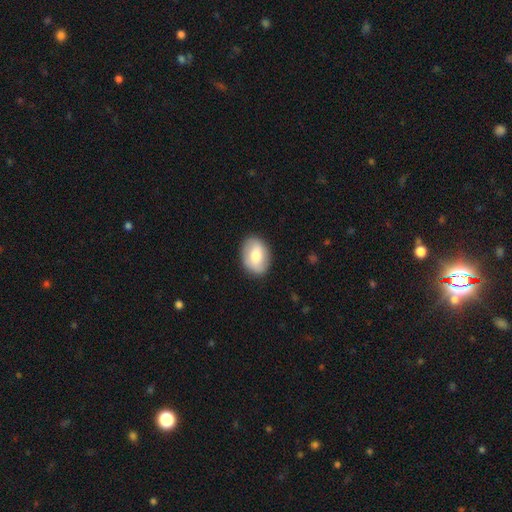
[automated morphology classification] A smooth galaxy with no disk features (66%) that is in between round and cigar-shaped (80%).

Vote fractions:
- Smooth or featured? smooth: 66% / featured or disk: 28% / star or artifact: 6%
- How rounded? in between: 80% / round: 19% / cigar-shaped: 1%
- Merging? none: 87% / minor disturbance: 10% / major disturbance: 3% / merger: 1%